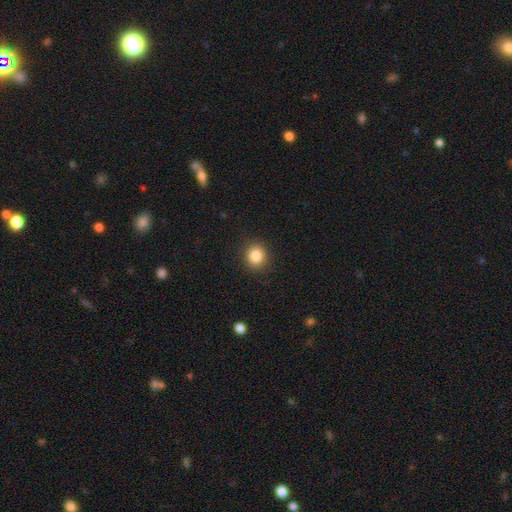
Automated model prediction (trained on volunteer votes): smooth_or_featured: smooth (p=0.85) [alt: star or artifact p=0.10]
how_rounded: round (p=0.82) [alt: in between p=0.17]
merging: none (p=0.90) [alt: minor disturbance p=0.07]